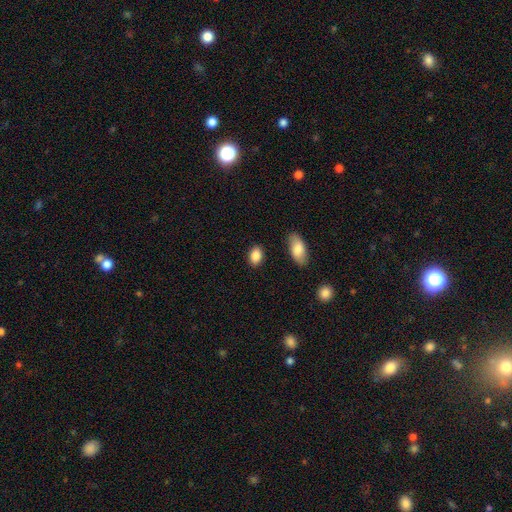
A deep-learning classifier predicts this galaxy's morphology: Smooth or featured: smooth — 87% (star or artifact — 7%)
How rounded: in between — 85% (round — 14%)
Merging: none — 85% (minor disturbance — 10%)